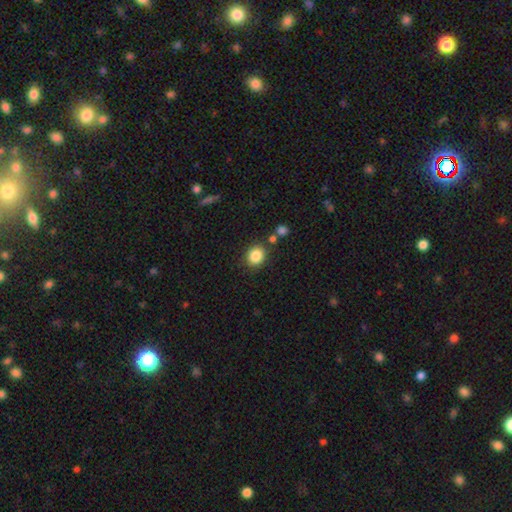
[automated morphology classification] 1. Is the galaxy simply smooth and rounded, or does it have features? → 85% smooth, 10% star or artifact, 5% featured or disk.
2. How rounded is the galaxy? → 66% round, 33% in between, 1% cigar-shaped.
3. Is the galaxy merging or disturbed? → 79% none, 10% minor disturbance, 7% merger, 3% major disturbance.